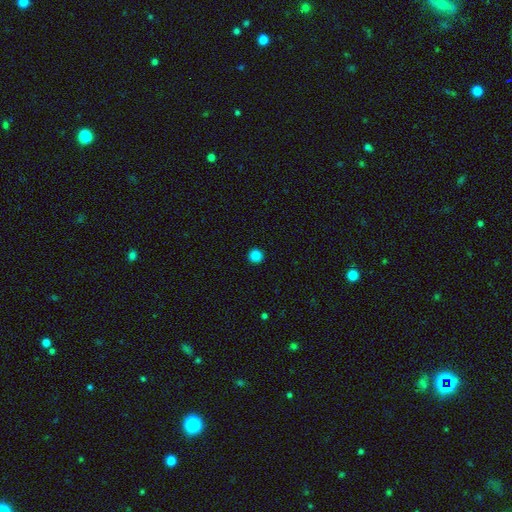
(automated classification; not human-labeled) The model was most divided on "smooth or featured": smooth: 86%, star or artifact: 11%, featured or disk: 3%. More confident: how rounded — round (96%); merging — none (94%).